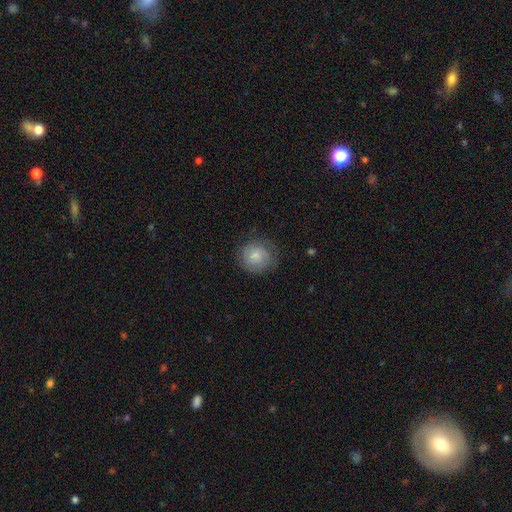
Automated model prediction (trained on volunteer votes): This appears to be a smooth galaxy with no disk features (66%) that is round (88%). Merging: none (75%).